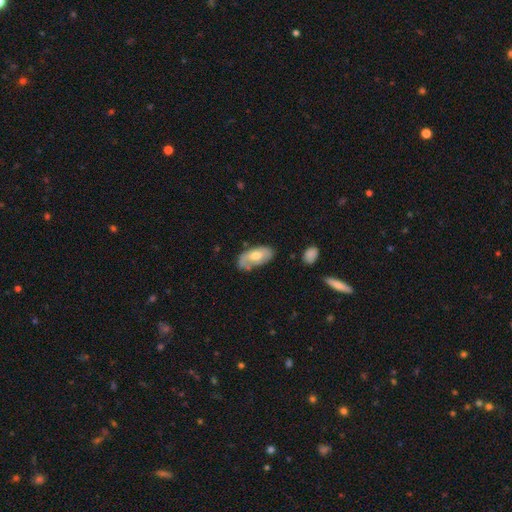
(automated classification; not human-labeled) Smooth or featured?
  - smooth: 56% *
  - featured or disk: 38%
  - star or artifact: 6%
How rounded?
  - in between: 92% *
  - cigar-shaped: 5%
  - round: 3%
Merging?
  - none: 60% *
  - minor disturbance: 28%
  - major disturbance: 8%
  - merger: 4%